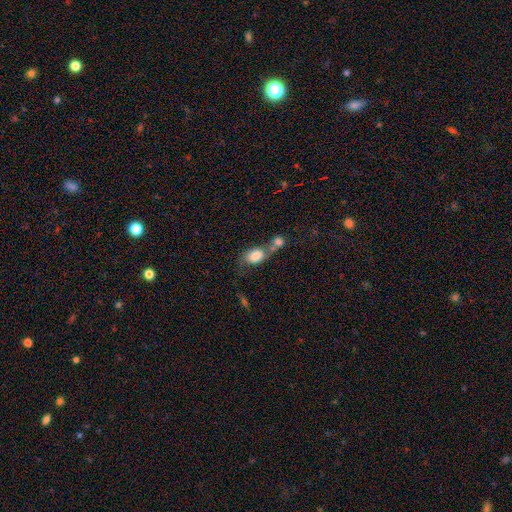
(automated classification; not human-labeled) smooth_or_featured: smooth (p=0.75) [alt: featured or disk p=0.17]
how_rounded: in between (p=0.76) [alt: round p=0.22]
merging: merger (p=0.57) [alt: none p=0.21]